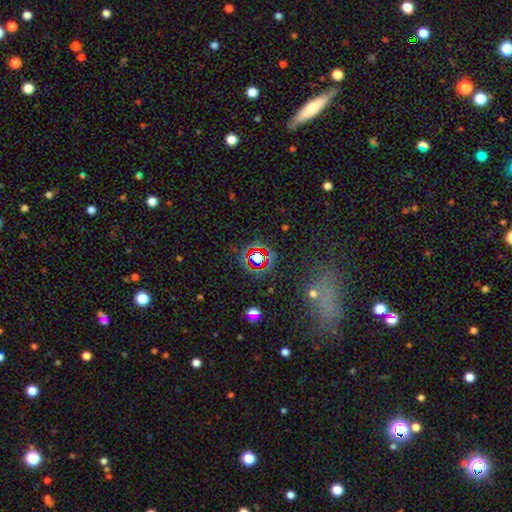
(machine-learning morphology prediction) star or artifact 68%, smooth 20%, featured or disk 12%.